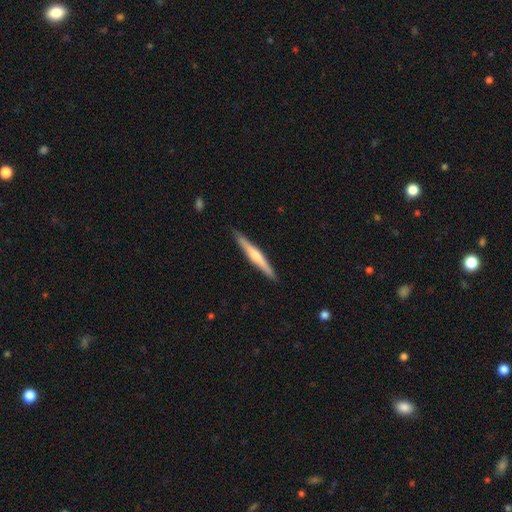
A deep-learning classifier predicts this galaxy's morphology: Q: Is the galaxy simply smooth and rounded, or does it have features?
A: featured or disk — 58%.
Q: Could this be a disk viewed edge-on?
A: yes — 97%.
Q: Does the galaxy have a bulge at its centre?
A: rounded — 73%.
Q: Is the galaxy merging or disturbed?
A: none — 90%.